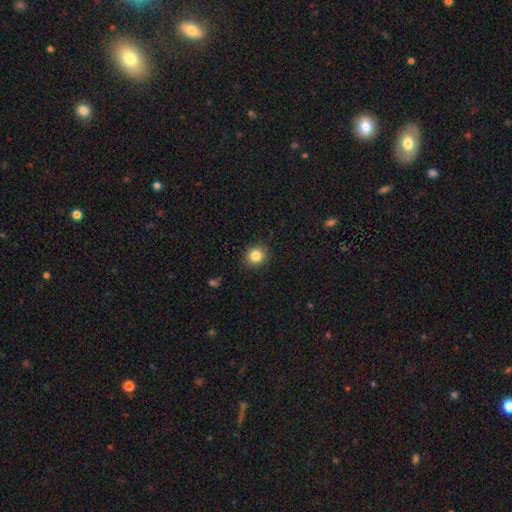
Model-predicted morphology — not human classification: This is clearly a smooth galaxy (84%). How rounded: clearly round (86%). Merging: clearly none (90%).